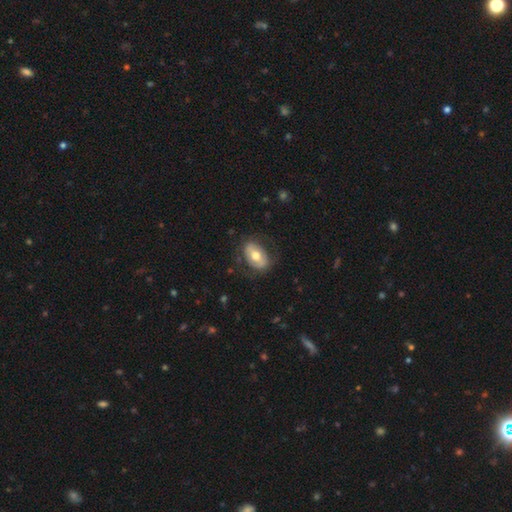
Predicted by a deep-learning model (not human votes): smooth_or_featured: smooth (p=0.56) [alt: featured or disk p=0.39]
how_rounded: in between (p=0.88) [alt: round p=0.10]
merging: none (p=0.75) [alt: minor disturbance p=0.16]